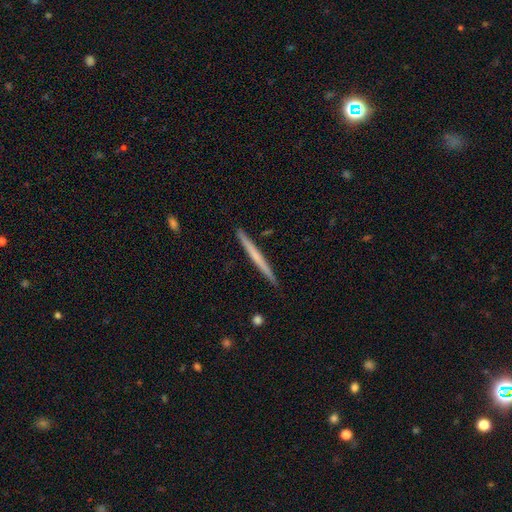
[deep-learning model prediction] This is possibly a smooth galaxy (49%). Merging: clearly none (92%).